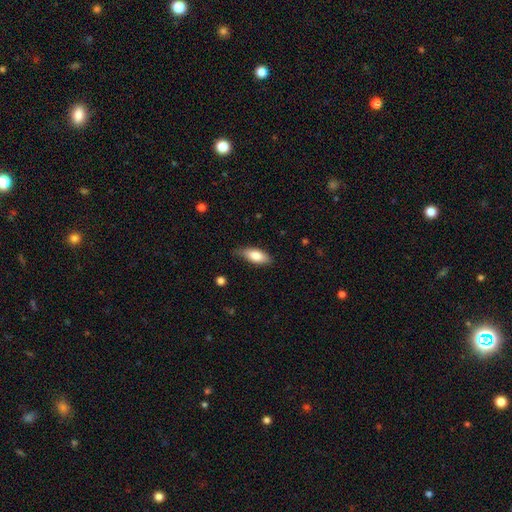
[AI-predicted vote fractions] The model was most divided on "merging": none: 72%, minor disturbance: 24%, major disturbance: 4%, merger: 1%. More confident: smooth or featured — smooth (80%); how rounded — in between (79%).